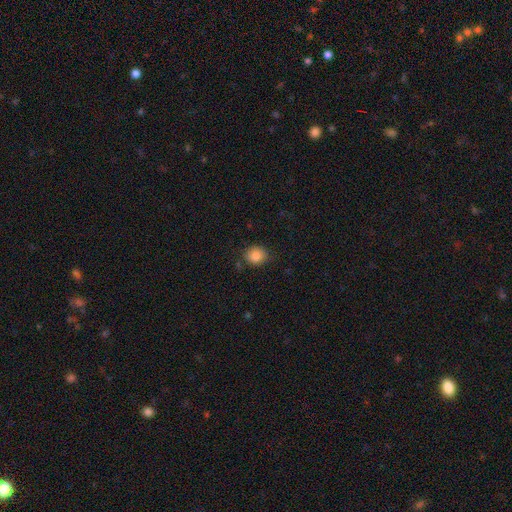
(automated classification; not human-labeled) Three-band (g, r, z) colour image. It shows a smooth galaxy with no disk features (86%) that is round (75%). Merging: none (81%).